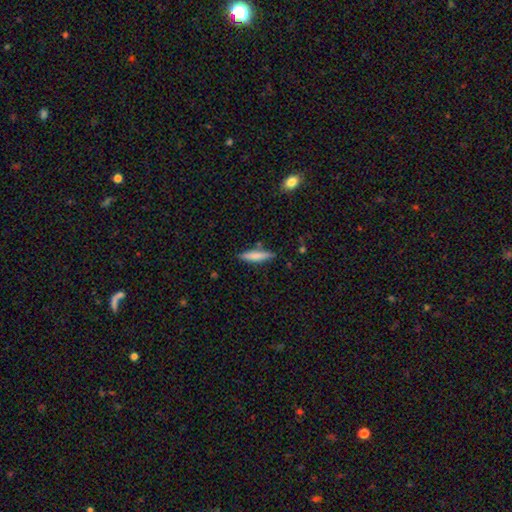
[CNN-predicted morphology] Q: Smooth or featured?
A: smooth (74%); runner-up: featured or disk (20%)
Q: How rounded?
A: cigar-shaped (82%); runner-up: in between (17%)
Q: Merging?
A: none (79%); runner-up: minor disturbance (14%)